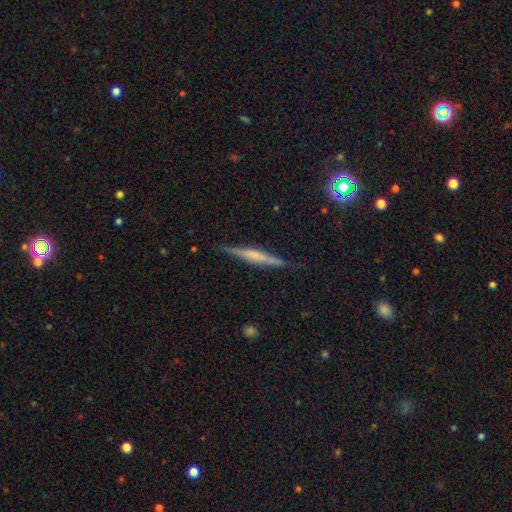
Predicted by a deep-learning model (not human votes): Overall: featured or disk (60%; smooth 33%). Edge-on disk: yes (97%). Edge-on bulge: rounded (41%; none 36%). Merging: none (86%).